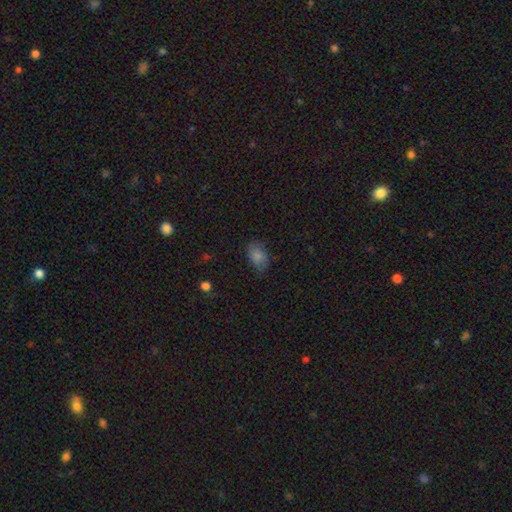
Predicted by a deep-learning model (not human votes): smooth_or_featured: smooth (p=0.69) [alt: star or artifact p=0.19]
how_rounded: in between (p=0.82) [alt: round p=0.16]
merging: none (p=0.76) [alt: minor disturbance p=0.18]